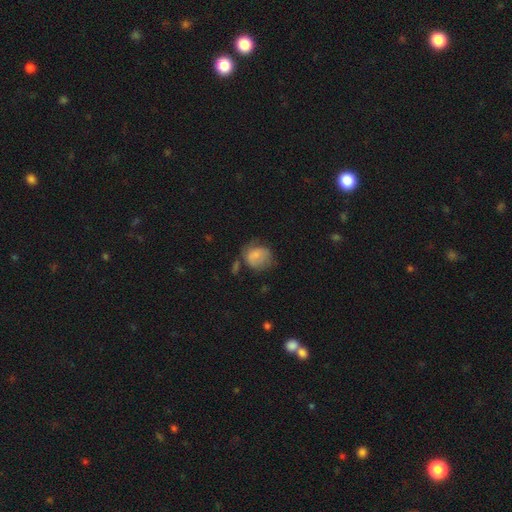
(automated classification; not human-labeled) Smooth or featured?
  - smooth: 72% *
  - featured or disk: 19%
  - star or artifact: 9%
How rounded?
  - round: 65% *
  - in between: 34%
  - cigar-shaped: 1%
Merging?
  - none: 42% *
  - minor disturbance: 32%
  - major disturbance: 20%
  - merger: 6%